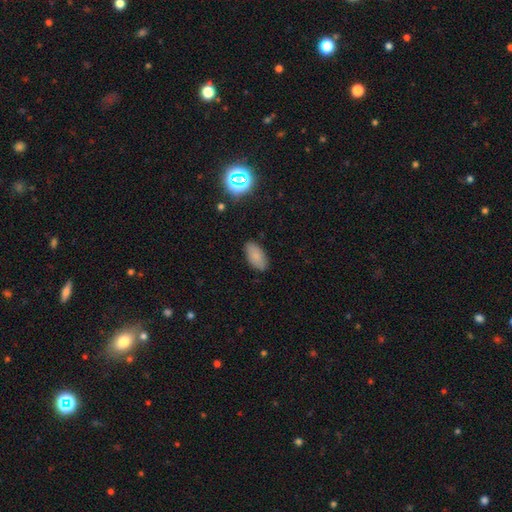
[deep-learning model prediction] A smooth galaxy with no disk features (83%) that is in between round and cigar-shaped (93%).

Vote fractions:
- Smooth or featured? smooth: 83% / star or artifact: 9% / featured or disk: 8%
- How rounded? in between: 93% / cigar-shaped: 4% / round: 3%
- Merging? none: 86% / minor disturbance: 11% / major disturbance: 2% / merger: 1%